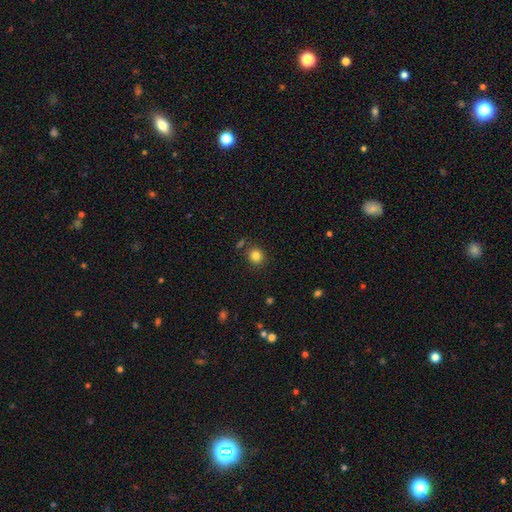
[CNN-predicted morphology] smooth-or-featured: smooth: 83% | star or artifact: 12% | featured or disk: 5%
  how-rounded: round: 86% | in between: 13% | cigar-shaped: 1%
  merging: none: 83% | minor disturbance: 9% | merger: 5% | major disturbance: 3%